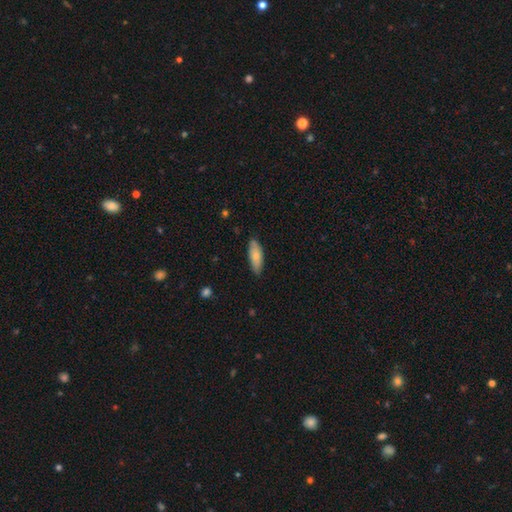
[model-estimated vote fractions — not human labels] This is likely a smooth galaxy (74%). How rounded: likely in between (69%). Merging: clearly none (80%).